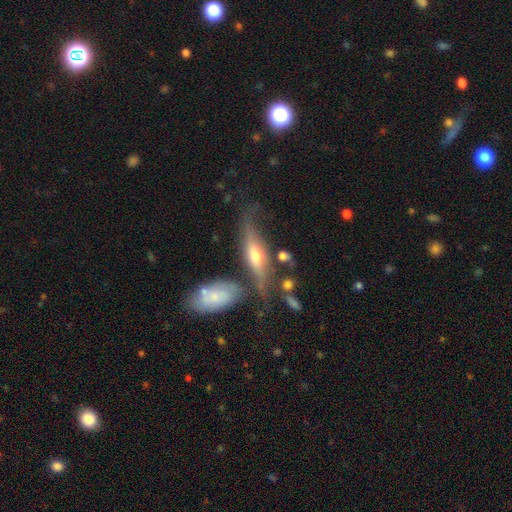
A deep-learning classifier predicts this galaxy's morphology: The model was most divided on "merging": none: 52%, minor disturbance: 22%, major disturbance: 13%, merger: 13%. More confident: edge-on bulge — rounded (87%); edge-on disk — yes (79%); smooth or featured — featured or disk (65%).